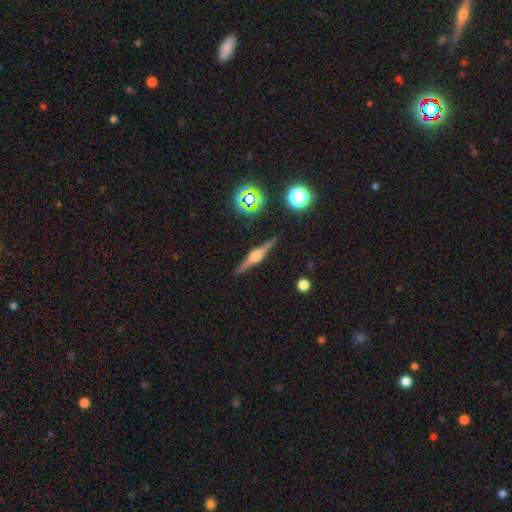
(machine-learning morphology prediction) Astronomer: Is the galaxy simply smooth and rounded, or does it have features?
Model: featured or disk — 80%.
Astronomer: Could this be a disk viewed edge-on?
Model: yes — 98%.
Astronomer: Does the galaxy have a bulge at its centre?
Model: rounded — 86%.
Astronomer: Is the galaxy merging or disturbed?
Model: none — 90%.